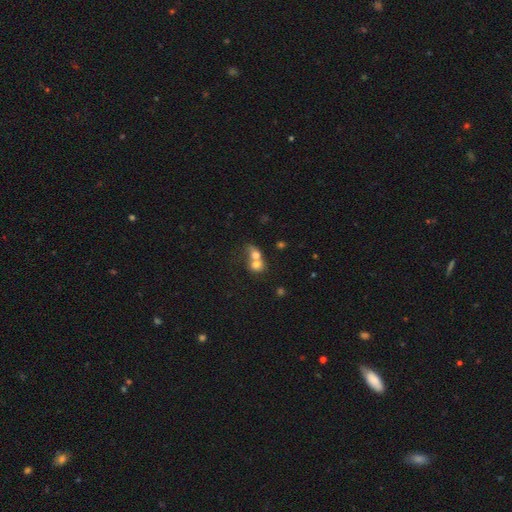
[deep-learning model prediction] A smooth galaxy with no disk features (69%) that is round (57%). Merging: merger (74%).